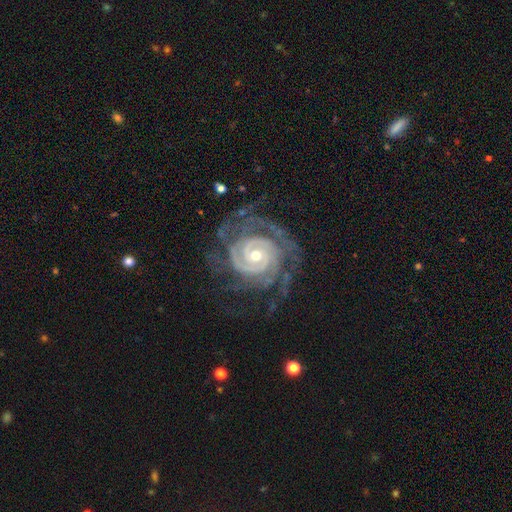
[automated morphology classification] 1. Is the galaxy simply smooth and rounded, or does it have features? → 91% featured or disk, 6% star or artifact, 4% smooth.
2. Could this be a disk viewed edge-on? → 98% no, 2% yes.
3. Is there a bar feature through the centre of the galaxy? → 58% no, 27% weak, 15% strong.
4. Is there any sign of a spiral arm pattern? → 98% yes, 2% no.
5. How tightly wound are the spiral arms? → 79% tight, 18% medium, 3% loose.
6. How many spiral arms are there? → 33% 2, 21% 3, 19% can't tell, 12% 4, 8% more than 4, 7% 1.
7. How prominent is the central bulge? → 56% small, 40% moderate, 2% large, 1% none, 1% dominant.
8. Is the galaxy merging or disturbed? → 73% none, 15% minor disturbance, 10% major disturbance, 1% merger.